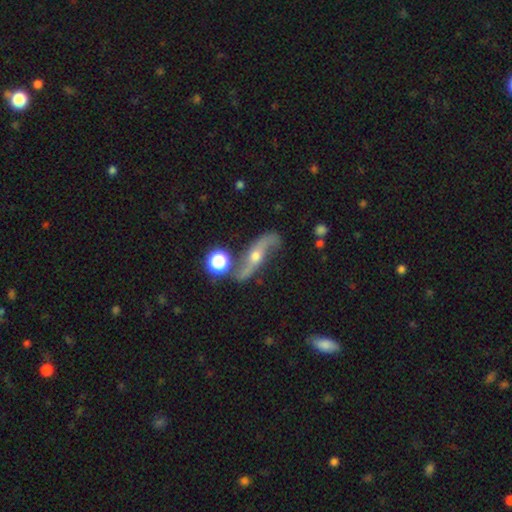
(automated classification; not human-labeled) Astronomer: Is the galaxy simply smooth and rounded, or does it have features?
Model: featured or disk — 82%.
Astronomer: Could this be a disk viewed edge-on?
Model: no — 75%.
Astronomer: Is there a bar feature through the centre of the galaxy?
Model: no — 57%.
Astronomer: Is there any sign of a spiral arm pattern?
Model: yes — 92%.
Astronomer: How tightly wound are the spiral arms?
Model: loose — 85%.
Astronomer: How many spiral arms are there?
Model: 2 — 93%.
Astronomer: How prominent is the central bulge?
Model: moderate — 65%.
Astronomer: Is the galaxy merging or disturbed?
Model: none — 68%.